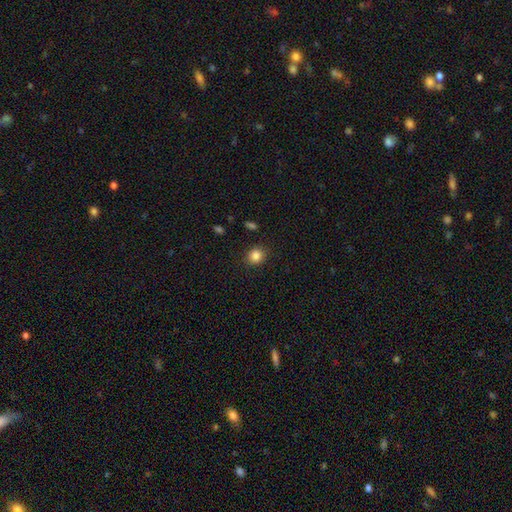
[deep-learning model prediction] Q: Smooth or featured?
A: smooth (85%); runner-up: star or artifact (10%)
Q: How rounded?
A: round (74%); runner-up: in between (25%)
Q: Merging?
A: none (87%); runner-up: minor disturbance (9%)